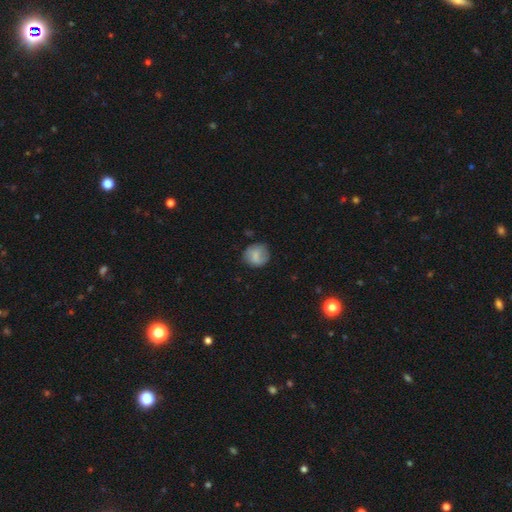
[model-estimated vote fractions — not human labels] The model was most divided on "merging": none: 74%, minor disturbance: 19%, major disturbance: 6%, merger: 2%. More confident: how rounded — round (83%); smooth or featured — smooth (76%).